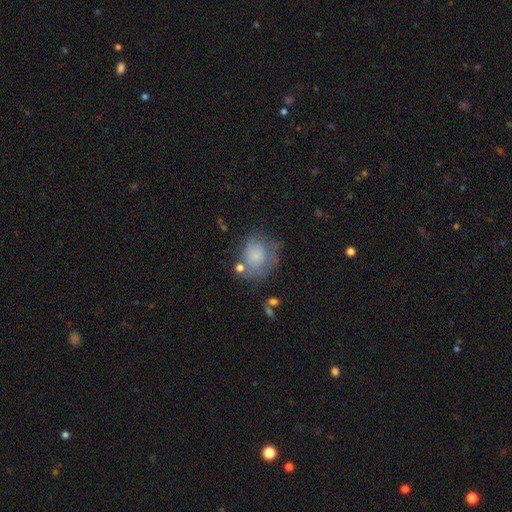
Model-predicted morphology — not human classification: A smooth galaxy with no disk features (67%) that is round (65%). Merging: none (50%).